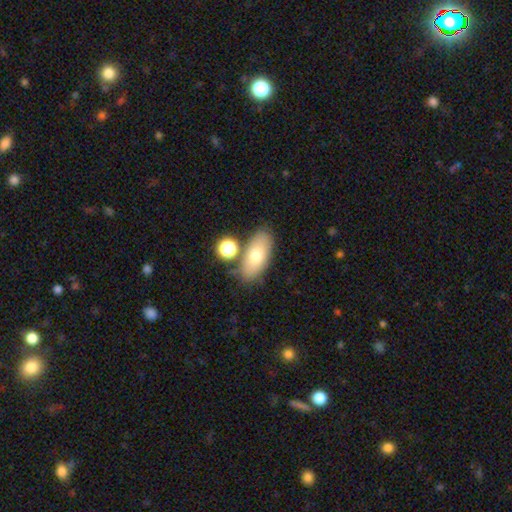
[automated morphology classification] This is likely a smooth galaxy (73%). How rounded: clearly in between (85%). Merging: likely none (74%).